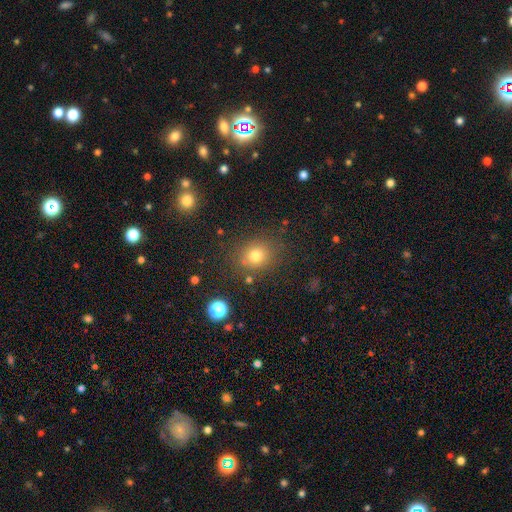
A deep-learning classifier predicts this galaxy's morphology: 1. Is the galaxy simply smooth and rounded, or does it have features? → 76% smooth, 16% star or artifact, 8% featured or disk.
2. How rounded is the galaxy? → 69% round, 30% in between, 1% cigar-shaped.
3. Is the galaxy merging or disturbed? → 81% none, 11% minor disturbance, 4% major disturbance, 4% merger.